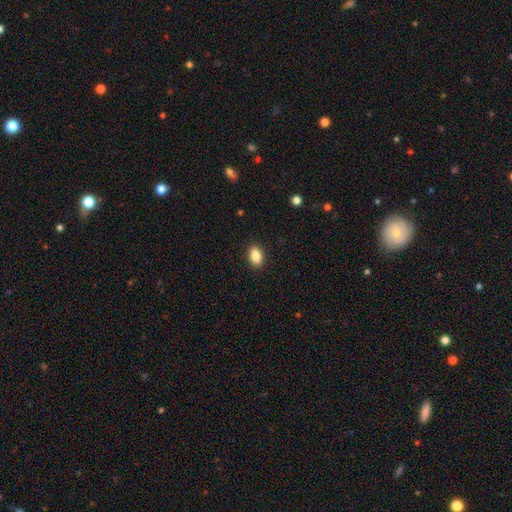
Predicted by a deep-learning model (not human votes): Q: Smooth or featured?
A: smooth (87%); runner-up: star or artifact (8%)
Q: How rounded?
A: in between (87%); runner-up: round (11%)
Q: Merging?
A: none (90%); runner-up: minor disturbance (7%)